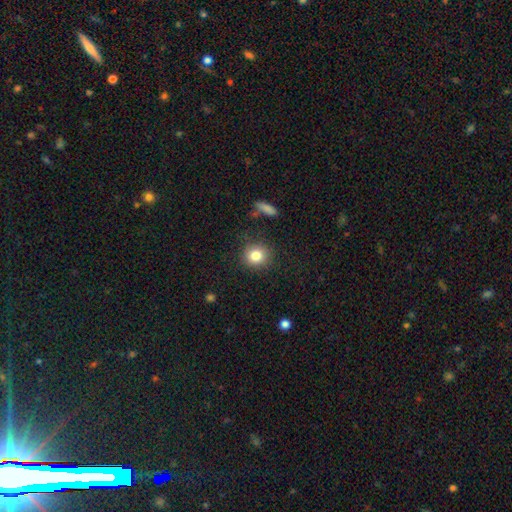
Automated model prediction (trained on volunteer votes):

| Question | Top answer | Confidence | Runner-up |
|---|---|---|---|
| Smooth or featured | smooth | 82% | star or artifact (10%) |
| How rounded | round | 87% | in between (12%) |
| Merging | none | 87% | minor disturbance (9%) |